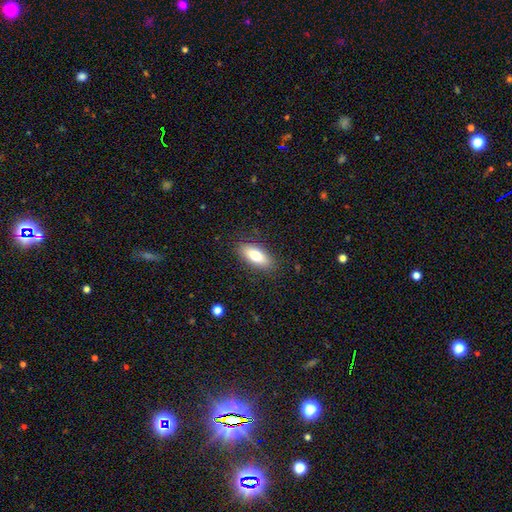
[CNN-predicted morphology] Smooth or featured: smooth — 77% (featured or disk — 17%)
How rounded: in between — 80% (cigar-shaped — 17%)
Merging: none — 86% (minor disturbance — 10%)